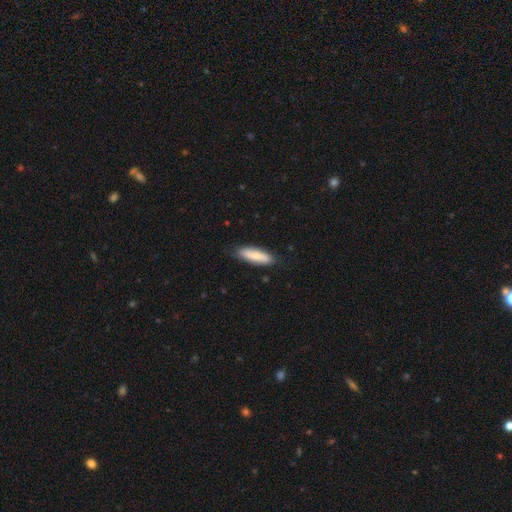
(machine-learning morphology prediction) Smooth or featured? smooth (79%)
How rounded? cigar-shaped (59%)
Merging? none (84%)